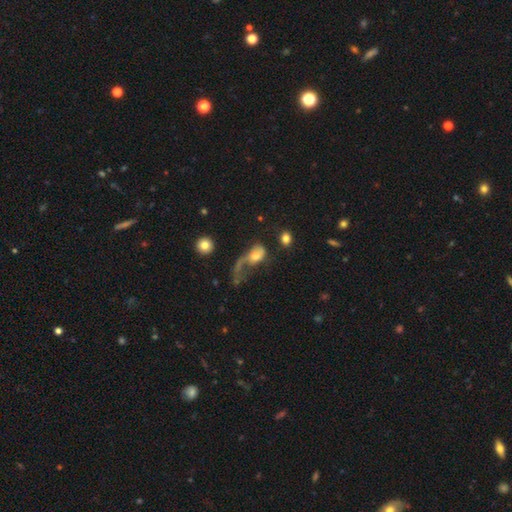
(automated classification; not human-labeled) A smooth galaxy with no disk features (46%). Merging: major disturbance (63%).